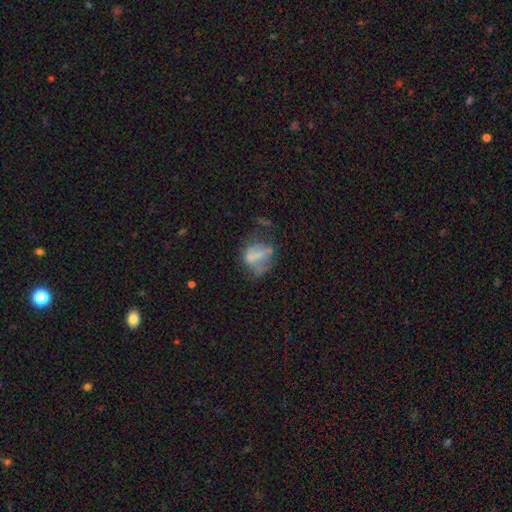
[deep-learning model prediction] smooth 49%, featured or disk 38%, star or artifact 13%. Down the decision tree: merging — none (37%).